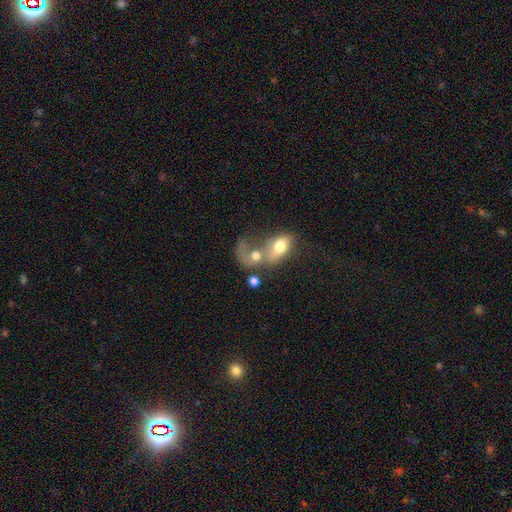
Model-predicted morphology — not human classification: Smooth or featured?
  - smooth: 54% *
  - featured or disk: 36%
  - star or artifact: 10%
How rounded?
  - in between: 63% *
  - round: 34%
  - cigar-shaped: 3%
Merging?
  - merger: 68% *
  - major disturbance: 15%
  - none: 10%
  - minor disturbance: 6%